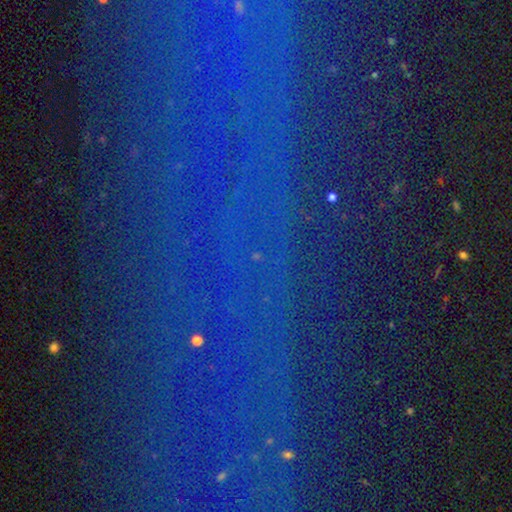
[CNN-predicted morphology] Overall: star or artifact (83%).